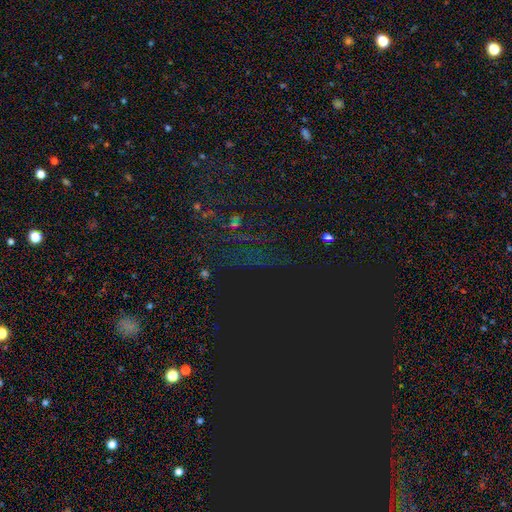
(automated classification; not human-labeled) This is likely a star or artifact rather than a galaxy (77%).